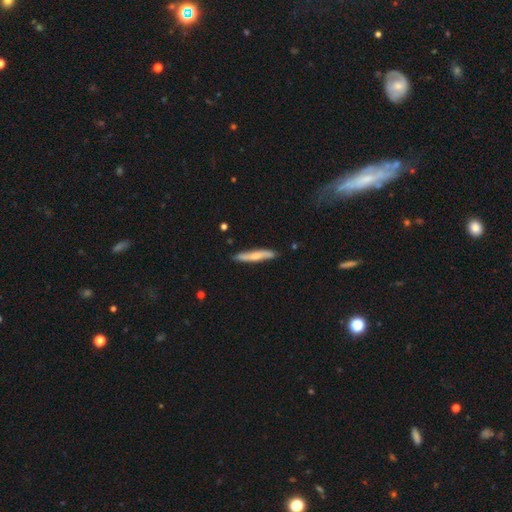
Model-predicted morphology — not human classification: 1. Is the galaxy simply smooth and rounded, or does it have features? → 60% smooth, 35% featured or disk, 5% star or artifact.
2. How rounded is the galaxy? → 92% cigar-shaped, 6% in between, 1% round.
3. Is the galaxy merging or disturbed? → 85% none, 12% minor disturbance, 2% major disturbance, 2% merger.